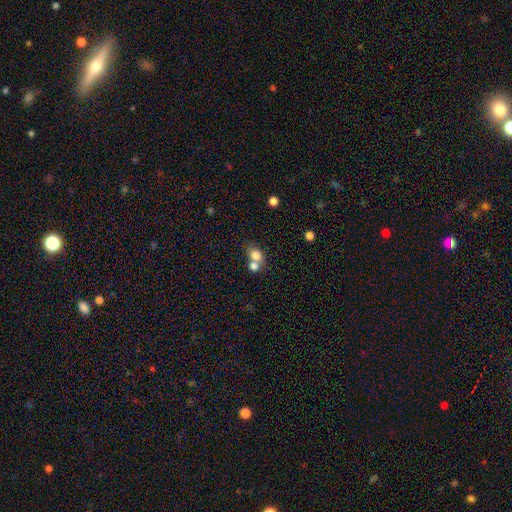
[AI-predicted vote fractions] Overall: smooth (79%). How rounded: in between (51%; round 47%). Merging: merger (53%; none 35%).